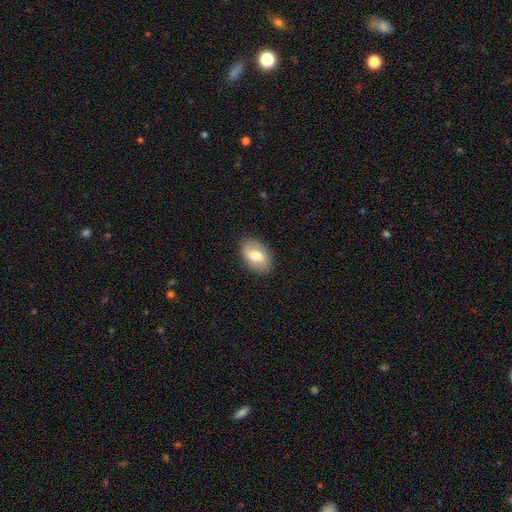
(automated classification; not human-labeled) Overall: smooth (69%). How rounded: in between (89%). Merging: none (87%).